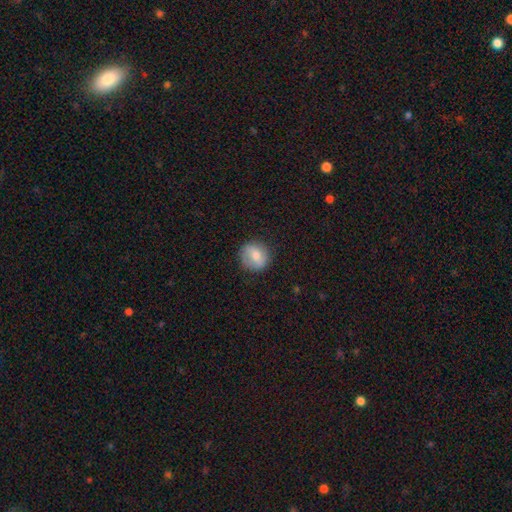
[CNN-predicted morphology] Smooth or featured? Predicted: smooth (p=0.70). How rounded? Predicted: round (p=0.90). Merging? Predicted: none (p=0.84).